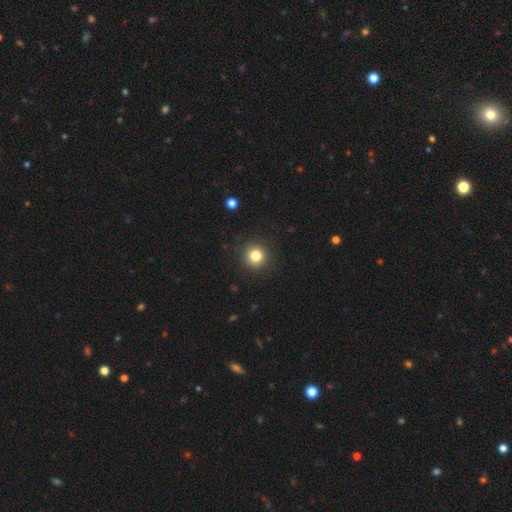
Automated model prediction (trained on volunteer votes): Smooth or featured? smooth (82%)
How rounded? round (94%)
Merging? none (91%)